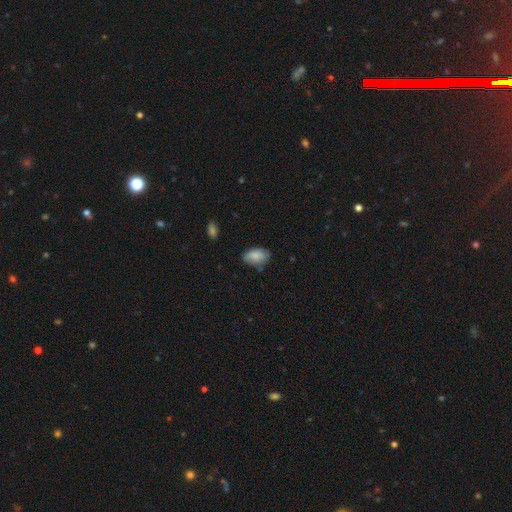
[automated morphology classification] Smooth or featured: smooth — 82% (featured or disk — 11%)
How rounded: in between — 91% (round — 7%)
Merging: none — 68% (minor disturbance — 25%)